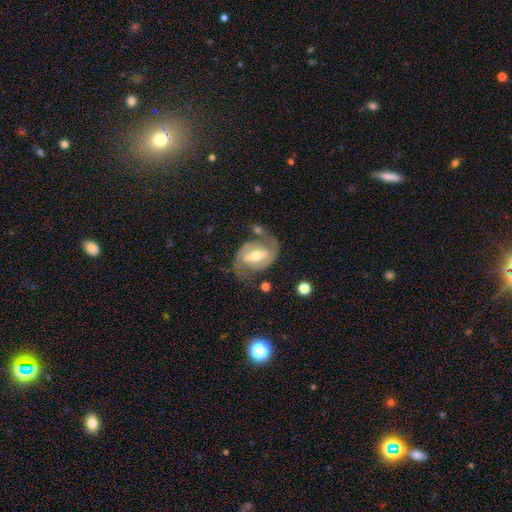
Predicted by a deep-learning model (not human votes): Smooth or featured? Predicted: featured or disk (p=0.84). Edge-on disk? Predicted: no (p=0.97). Bar? Predicted: strong (p=0.43). Spiral arms? Predicted: yes (p=0.93). Spiral winding? Predicted: medium (p=0.52). Spiral arm count? Predicted: 2 (p=0.89). Bulge size? Predicted: moderate (p=0.65). Merging? Predicted: none (p=0.65).